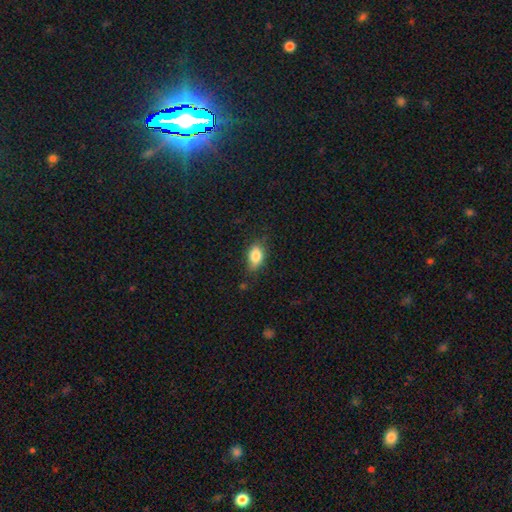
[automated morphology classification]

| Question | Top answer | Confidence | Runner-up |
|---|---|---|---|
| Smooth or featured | smooth | 83% | featured or disk (9%) |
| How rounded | in between | 86% | round (11%) |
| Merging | none | 70% | minor disturbance (23%) |